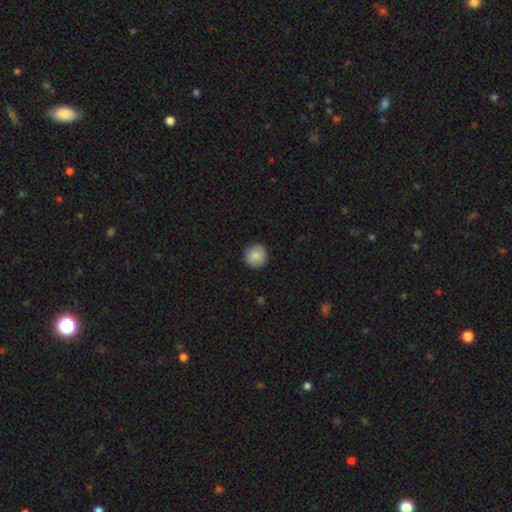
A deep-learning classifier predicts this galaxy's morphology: type=smooth (86%); roundness=round (94%); merging=none (91%).